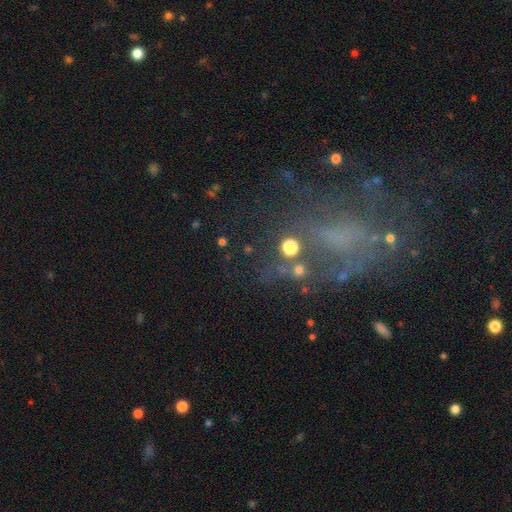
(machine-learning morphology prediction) smooth_or_featured: featured or disk (p=0.51) [alt: star or artifact p=0.27]
disk_edge_on: no (p=0.94) [alt: yes p=0.06]
merging: none (p=0.49) [alt: major disturbance p=0.26]